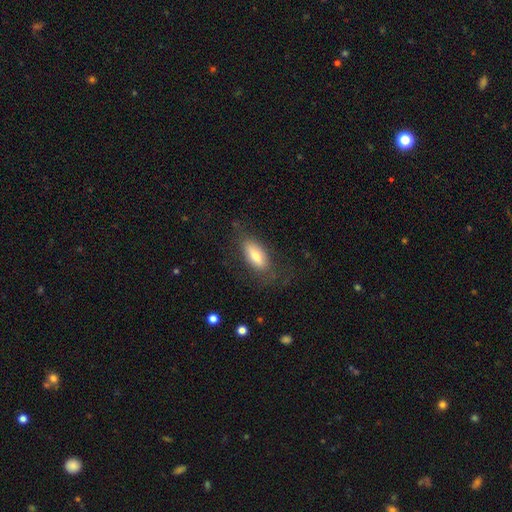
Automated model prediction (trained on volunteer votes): smooth_or_featured: smooth (p=0.65) [alt: featured or disk p=0.28]
how_rounded: in between (p=0.80) [alt: cigar-shaped p=0.17]
merging: none (p=0.66) [alt: minor disturbance p=0.19]